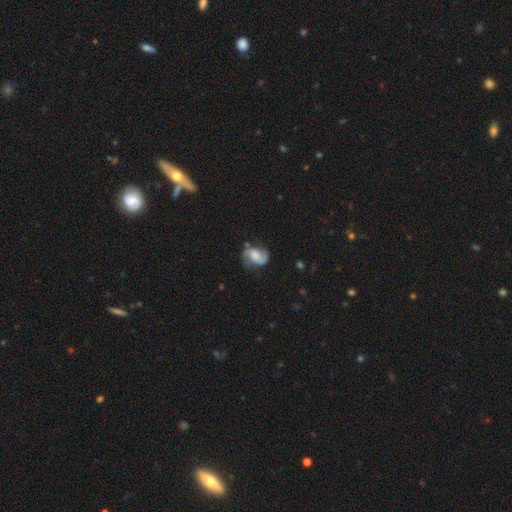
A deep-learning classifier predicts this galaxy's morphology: Overall: featured or disk (69%). Edge-on disk: no (98%). Bar: no (56%; weak 36%). Spiral arms: yes (93%). Spiral arm count: 2 (86%). Spiral winding: medium (45%; loose 32%). Bulge size: moderate (30%; none 24%). Merging: none (67%).